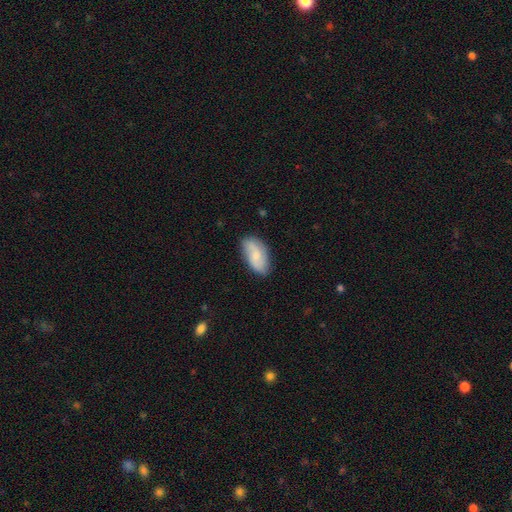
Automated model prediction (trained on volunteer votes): Morphology: type=smooth (56%); roundness=in between (92%); merging=none (75%).